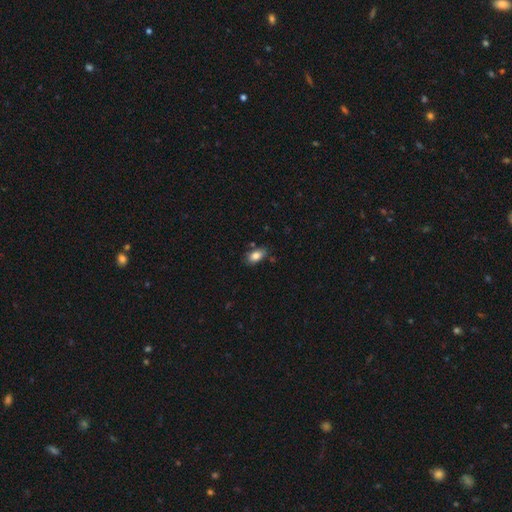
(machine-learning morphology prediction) This appears to be a smooth galaxy with no disk features (84%) that is in between round and cigar-shaped (89%). Merging: none (73%).